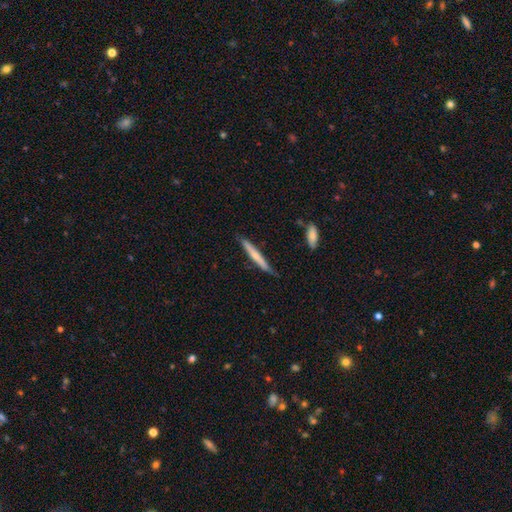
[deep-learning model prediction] The model was most divided on "smooth or featured": smooth: 54%, featured or disk: 41%, star or artifact: 5%. More confident: how rounded — cigar-shaped (95%); merging — none (80%).